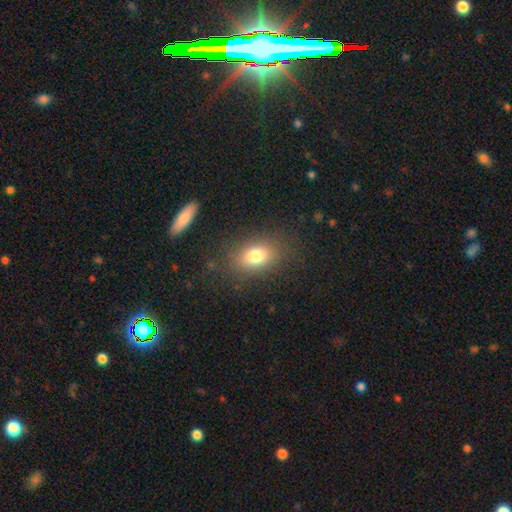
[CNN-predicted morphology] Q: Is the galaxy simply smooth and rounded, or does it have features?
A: smooth — 77%.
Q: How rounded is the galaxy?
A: in between — 76%.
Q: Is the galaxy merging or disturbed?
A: none — 81%.